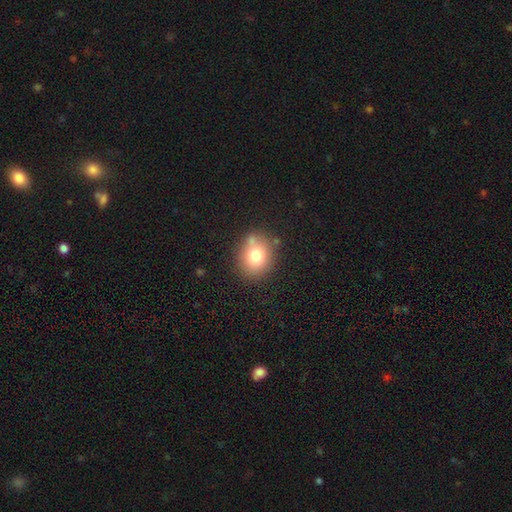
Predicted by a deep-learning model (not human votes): smooth-or-featured: smooth: 77% | featured or disk: 12% | star or artifact: 11%
  how-rounded: round: 65% | in between: 34% | cigar-shaped: 1%
  merging: none: 73% | minor disturbance: 16% | merger: 7% | major disturbance: 5%